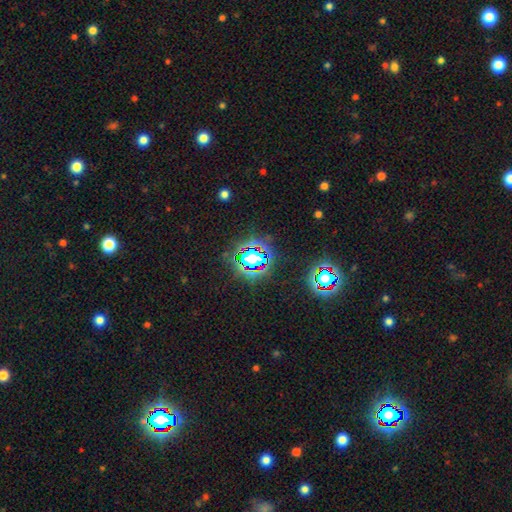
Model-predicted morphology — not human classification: type=star or artifact (65%).